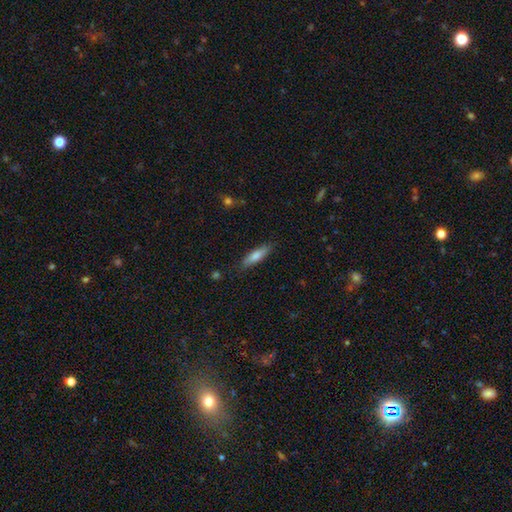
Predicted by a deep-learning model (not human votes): Smooth or featured?
  - smooth: 72% *
  - featured or disk: 21%
  - star or artifact: 7%
How rounded?
  - cigar-shaped: 69% *
  - in between: 30%
  - round: 2%
Merging?
  - none: 86% *
  - minor disturbance: 11%
  - major disturbance: 2%
  - merger: 1%